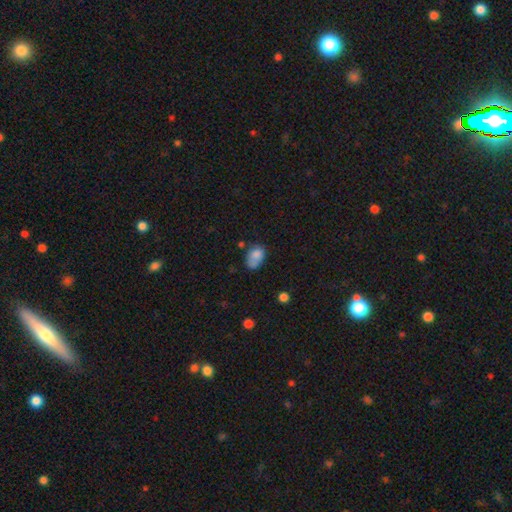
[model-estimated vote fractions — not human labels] Overall: smooth (78%). How rounded: in between (81%). Merging: none (44%; minor disturbance 32%).